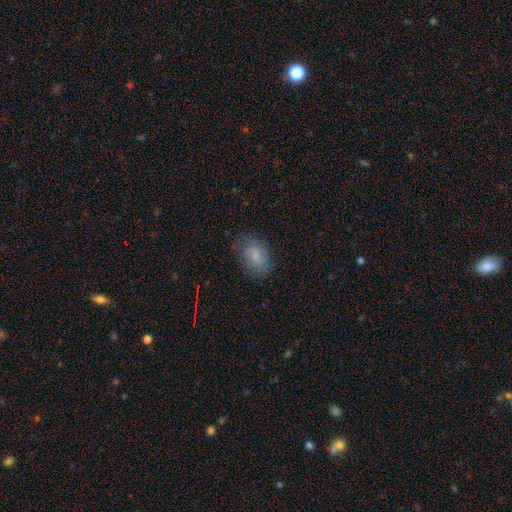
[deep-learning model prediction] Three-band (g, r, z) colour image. It shows a smooth galaxy with no disk features (75%) that is in between round and cigar-shaped (86%). Merging: none (72%).